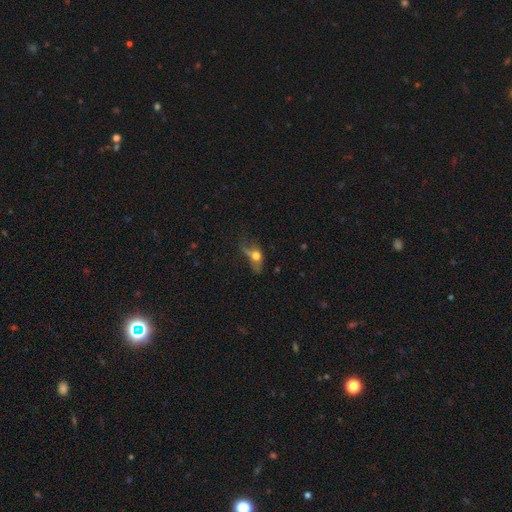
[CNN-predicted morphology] smooth 54%, featured or disk 33%, star or artifact 14%. Down the decision tree: how rounded — in between (65%); merging — major disturbance (46%).